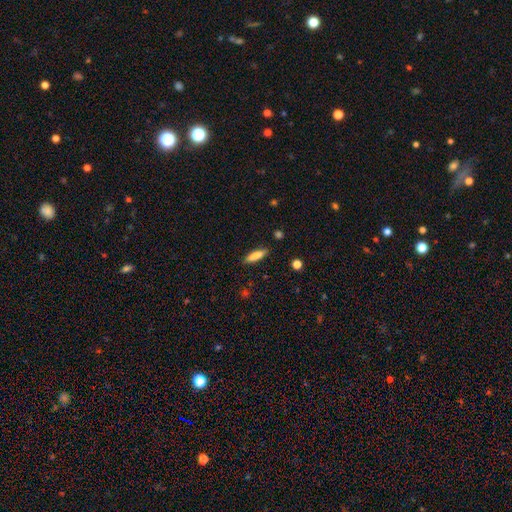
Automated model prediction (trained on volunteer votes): A smooth galaxy with no disk features (82%) that is cigar-shaped (69%). Merging: none (87%).